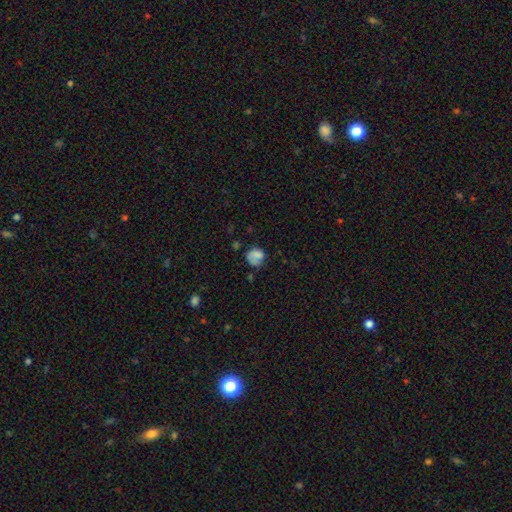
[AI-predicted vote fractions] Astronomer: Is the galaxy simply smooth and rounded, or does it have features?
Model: smooth — 70%.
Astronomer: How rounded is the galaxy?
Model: round — 72%.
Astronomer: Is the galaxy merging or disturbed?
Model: none — 51% (runner-up: minor disturbance, 28%).